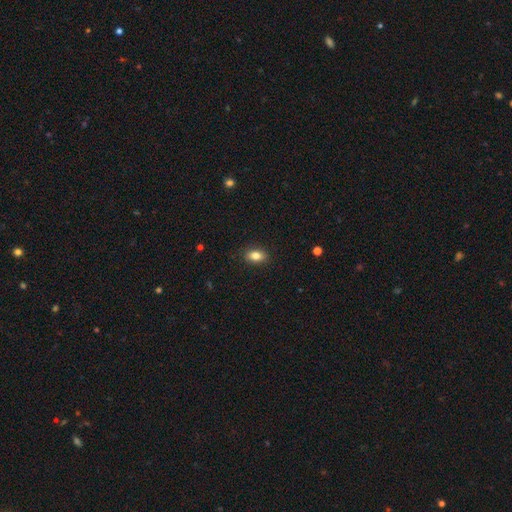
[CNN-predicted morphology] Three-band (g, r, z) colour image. It shows a smooth galaxy with no disk features (84%) that is in between round and cigar-shaped (87%). Merging: none (88%).